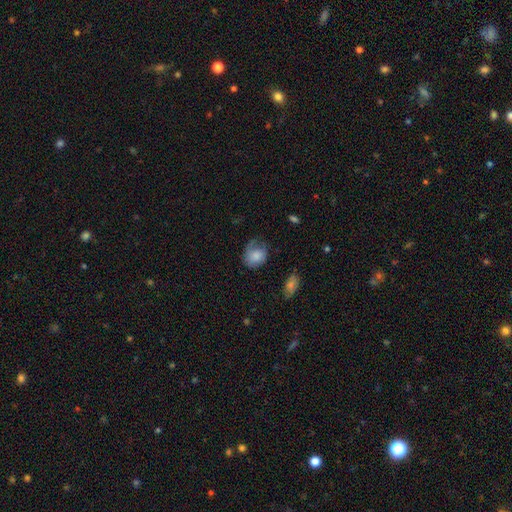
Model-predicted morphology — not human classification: smooth 73%, featured or disk 19%, star or artifact 8%. Down the decision tree: how rounded — round (53%); merging — none (44%).